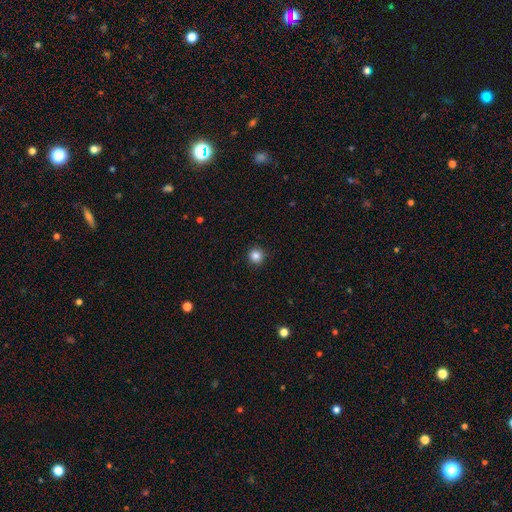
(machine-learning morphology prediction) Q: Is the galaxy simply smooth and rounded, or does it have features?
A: smooth — 85%.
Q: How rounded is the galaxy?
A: round — 95%.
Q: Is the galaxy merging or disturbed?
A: none — 92%.